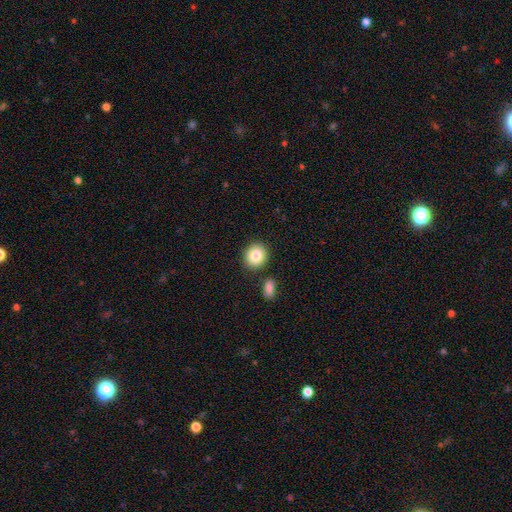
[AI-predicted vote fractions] Smooth or featured? smooth (84%)
How rounded? round (81%)
Merging? none (84%)